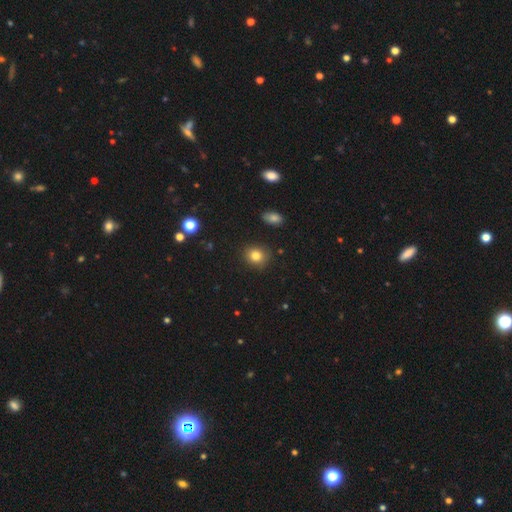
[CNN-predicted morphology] type=smooth (82%); roundness=round (71%); merging=none (85%).